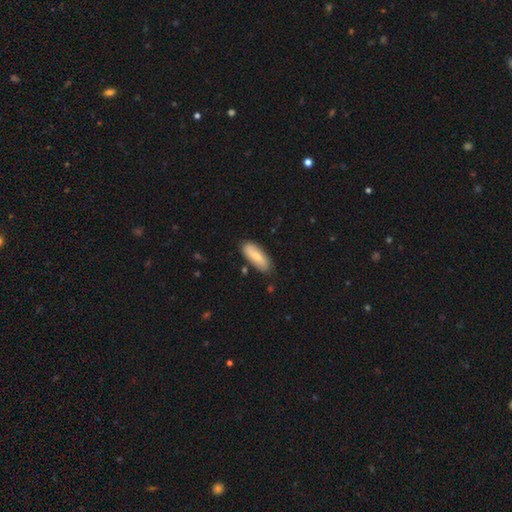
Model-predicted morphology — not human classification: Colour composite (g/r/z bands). It shows a smooth galaxy with no disk features (68%) that is in between round and cigar-shaped (70%). Merging: none (82%).